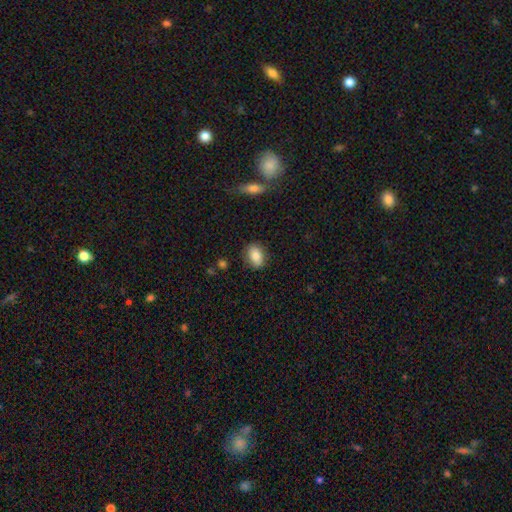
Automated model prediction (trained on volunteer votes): A smooth galaxy with no disk features (84%) that is in between round and cigar-shaped (83%).

Vote fractions:
- Smooth or featured? smooth: 84% / featured or disk: 9% / star or artifact: 8%
- How rounded? in between: 83% / round: 15% / cigar-shaped: 2%
- Merging? none: 82% / minor disturbance: 13% / major disturbance: 3% / merger: 2%